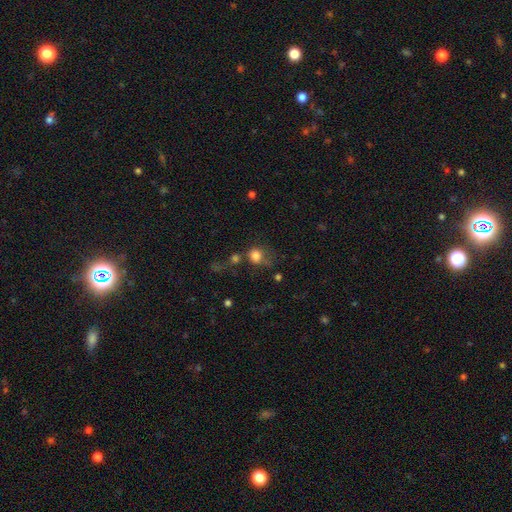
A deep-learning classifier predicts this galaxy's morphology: Smooth or featured?
  - smooth: 79% *
  - star or artifact: 13%
  - featured or disk: 8%
How rounded?
  - round: 75% *
  - in between: 24%
  - cigar-shaped: 1%
Merging?
  - none: 47% *
  - minor disturbance: 20%
  - major disturbance: 18%
  - merger: 15%